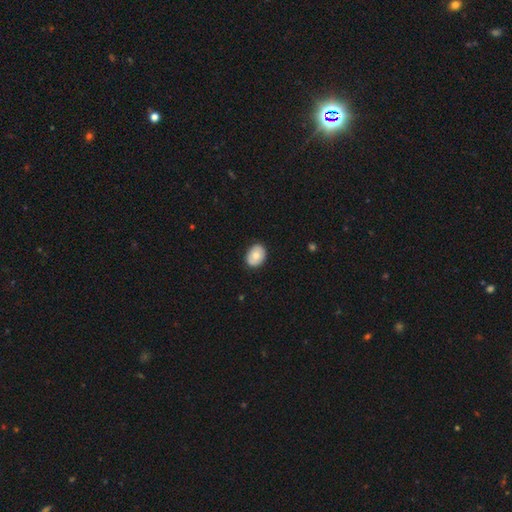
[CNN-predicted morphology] A smooth galaxy with no disk features (71%) that is in between round and cigar-shaped (60%).

Vote fractions:
- Smooth or featured? smooth: 71% / featured or disk: 22% / star or artifact: 7%
- How rounded? in between: 60% / round: 40% / cigar-shaped: 1%
- Merging? none: 86% / minor disturbance: 11% / major disturbance: 2% / merger: 1%